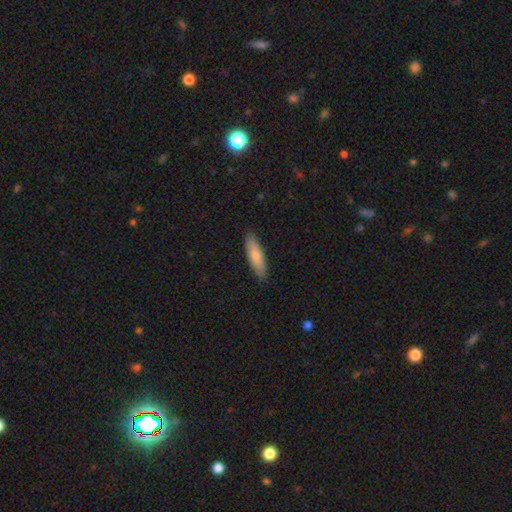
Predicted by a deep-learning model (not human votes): This is likely a smooth galaxy (77%). How rounded: likely cigar-shaped (63%). Merging: clearly none (88%).